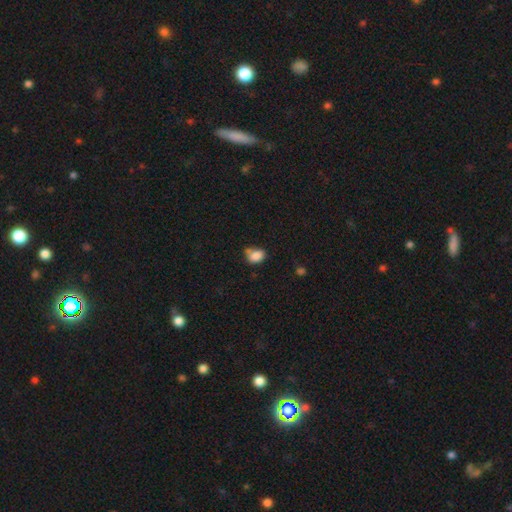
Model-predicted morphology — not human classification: Smooth or featured? Predicted: smooth (p=0.85). How rounded? Predicted: in between (p=0.66). Merging? Predicted: none (p=0.48).